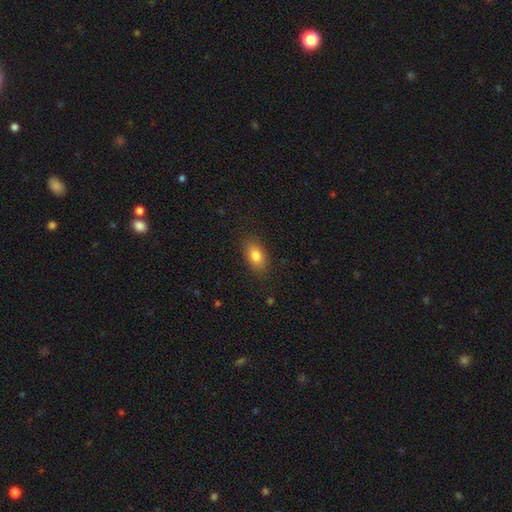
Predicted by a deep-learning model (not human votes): Overall: smooth (81%). How rounded: in between (84%). Merging: none (85%).